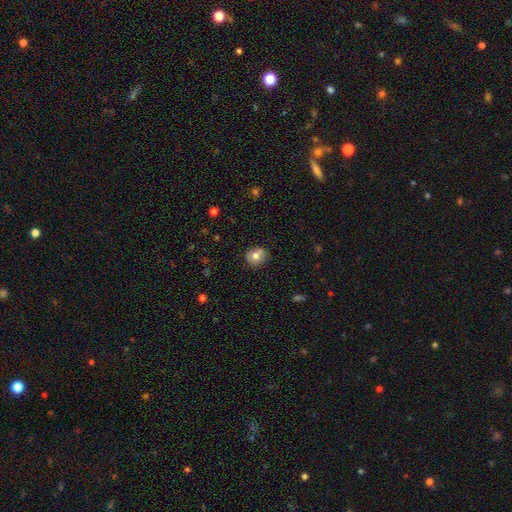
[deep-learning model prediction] smooth_or_featured: smooth (p=0.76) [alt: featured or disk p=0.15]
how_rounded: round (p=0.81) [alt: in between p=0.18]
merging: none (p=0.82) [alt: minor disturbance p=0.14]